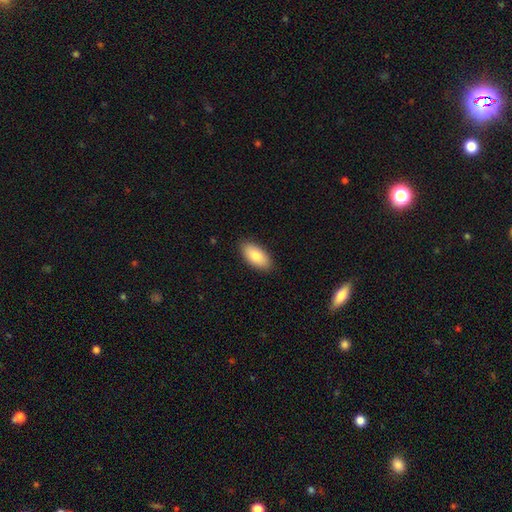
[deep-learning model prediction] smooth-or-featured: smooth: 84% | featured or disk: 10% | star or artifact: 6%
  how-rounded: in between: 93% | cigar-shaped: 5% | round: 2%
  merging: none: 88% | minor disturbance: 9% | major disturbance: 2% | merger: 1%